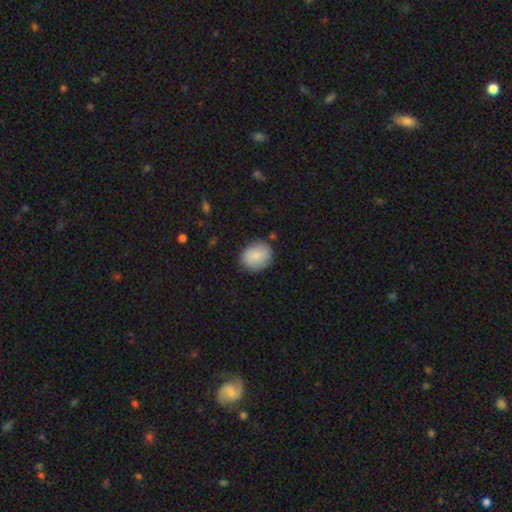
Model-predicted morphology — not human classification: Smooth or featured: smooth — 82% (featured or disk — 11%)
How rounded: round — 56% (in between — 43%)
Merging: none — 82% (minor disturbance — 13%)